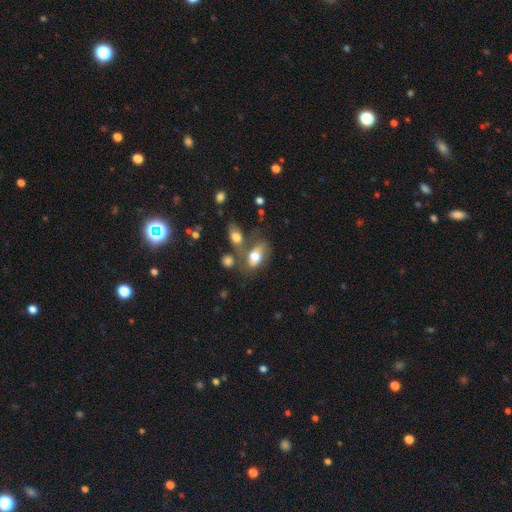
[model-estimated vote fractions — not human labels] smooth 67%, featured or disk 21%, star or artifact 12%. Down the decision tree: how rounded — in between (87%); merging — none (48%).